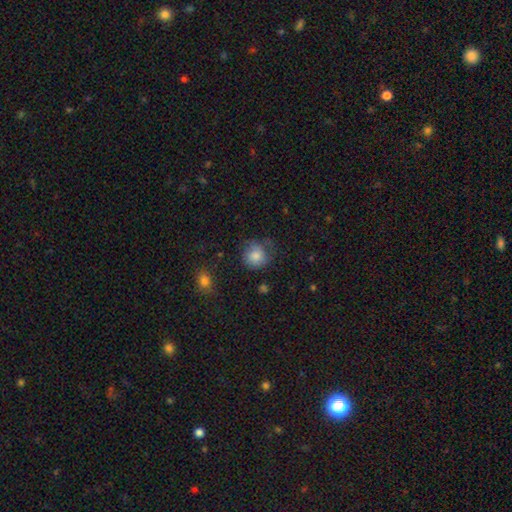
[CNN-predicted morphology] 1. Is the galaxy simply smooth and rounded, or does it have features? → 77% smooth, 13% featured or disk, 9% star or artifact.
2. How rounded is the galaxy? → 85% round, 14% in between, 1% cigar-shaped.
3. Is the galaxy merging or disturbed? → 59% none, 26% minor disturbance, 13% major disturbance, 2% merger.